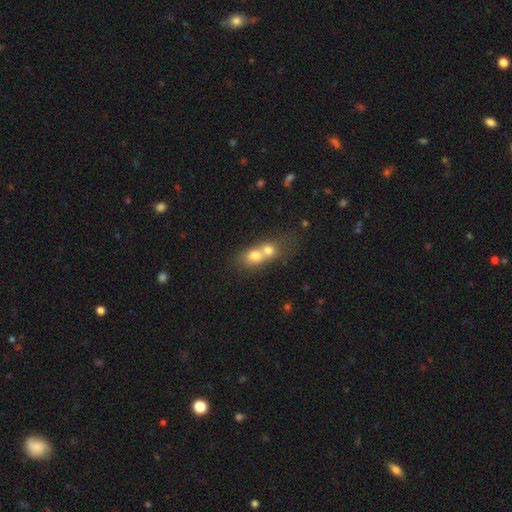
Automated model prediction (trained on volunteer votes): This appears to be a smooth galaxy with no disk features (68%) that is round (49%). Merging: merger (73%).